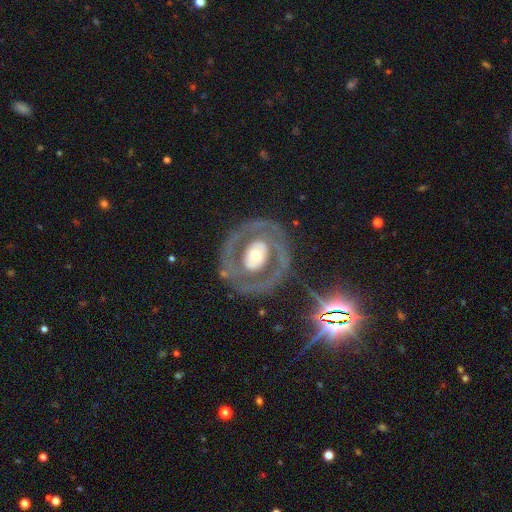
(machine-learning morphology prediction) featured or disk 74%, smooth 20%, star or artifact 6%. Down the decision tree: edge-on disk — no (96%); bar — no (63%); spiral arms — no (53%); bulge size — moderate (61%); merging — none (71%).